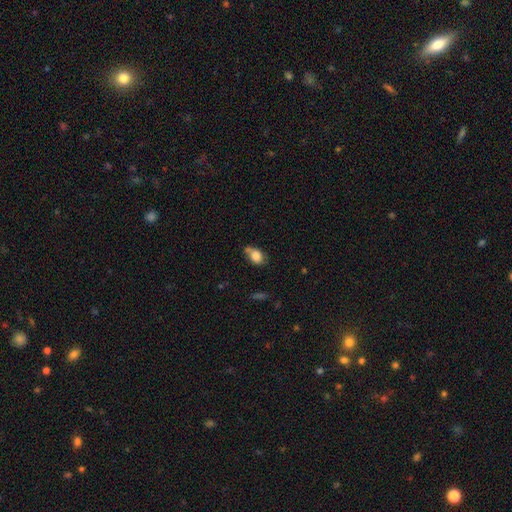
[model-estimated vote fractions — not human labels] smooth_or_featured: smooth (p=0.81) [alt: featured or disk p=0.10]
how_rounded: in between (p=0.74) [alt: round p=0.25]
merging: none (p=0.50) [alt: minor disturbance p=0.26]